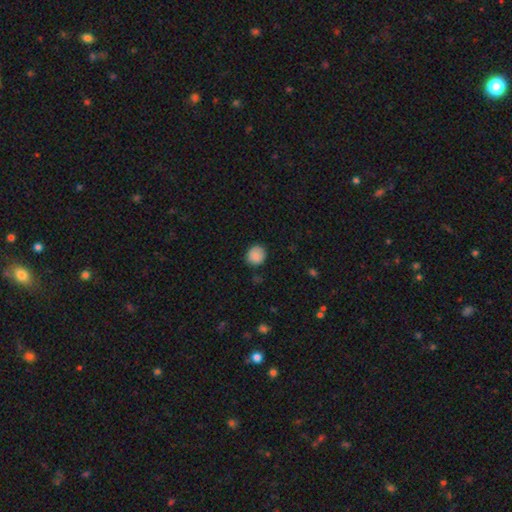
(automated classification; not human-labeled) This is clearly a smooth galaxy (86%). How rounded: clearly round (85%). Merging: clearly none (82%).